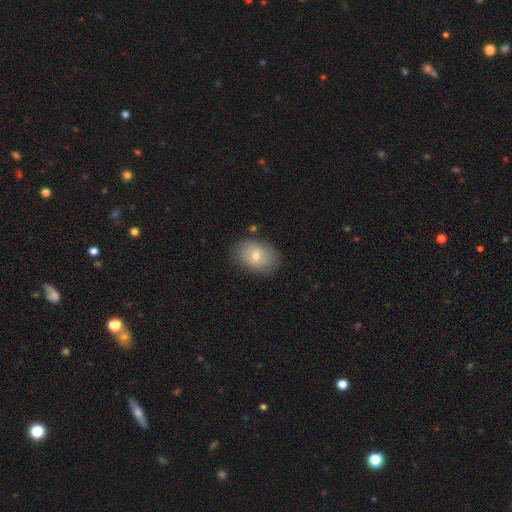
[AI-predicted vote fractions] A smooth galaxy with no disk features (70%) that is in between round and cigar-shaped (73%).

Vote fractions:
- Smooth or featured? smooth: 70% / featured or disk: 22% / star or artifact: 8%
- How rounded? in between: 73% / round: 26% / cigar-shaped: 1%
- Merging? none: 80% / minor disturbance: 14% / major disturbance: 4% / merger: 2%